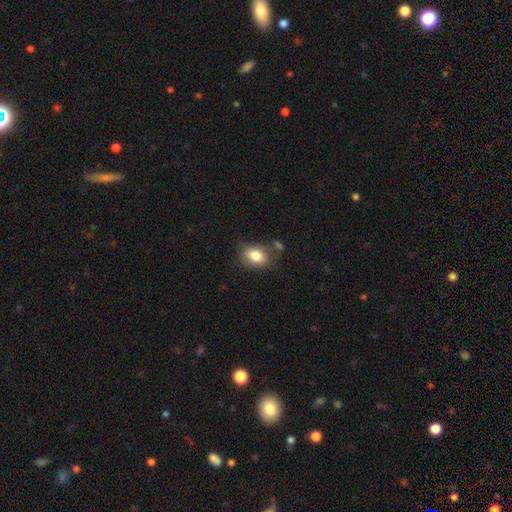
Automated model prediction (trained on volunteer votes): Smooth or featured? Predicted: smooth (p=0.83). How rounded? Predicted: in between (p=0.67). Merging? Predicted: none (p=0.68).